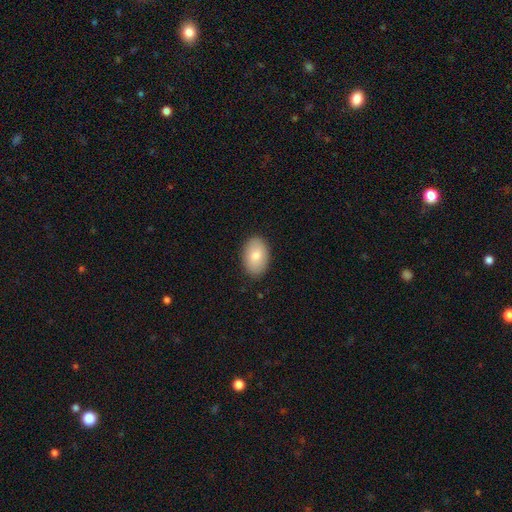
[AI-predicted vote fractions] Smooth or featured: smooth — 81% (featured or disk — 13%)
How rounded: in between — 89% (round — 10%)
Merging: none — 87% (minor disturbance — 10%)